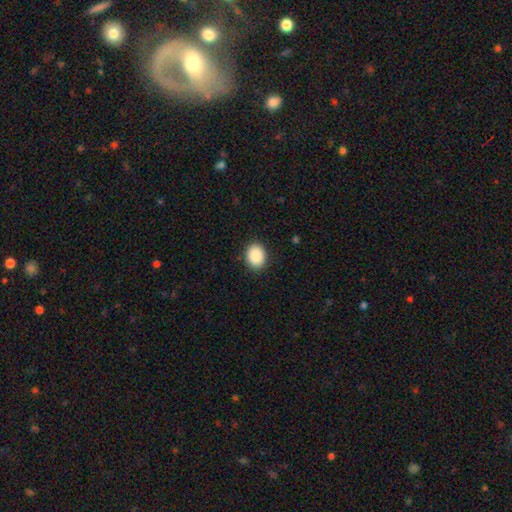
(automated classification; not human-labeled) smooth-or-featured: smooth: 89% | star or artifact: 7% | featured or disk: 3%
  how-rounded: in between: 56% | round: 43% | cigar-shaped: 1%
  merging: none: 90% | minor disturbance: 7% | major disturbance: 2% | merger: 1%